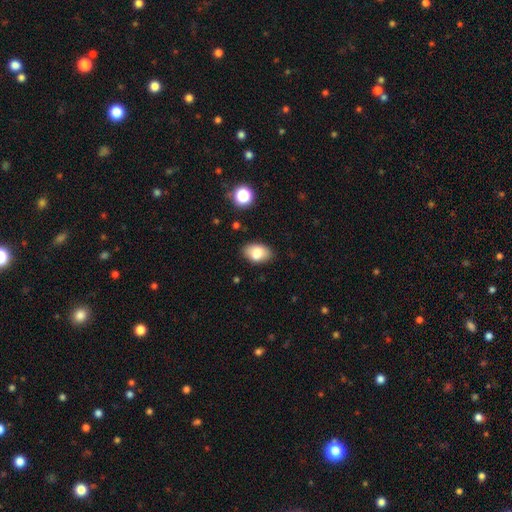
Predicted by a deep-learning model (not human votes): Morphology: type=smooth (82%); roundness=in between (89%); merging=none (82%).